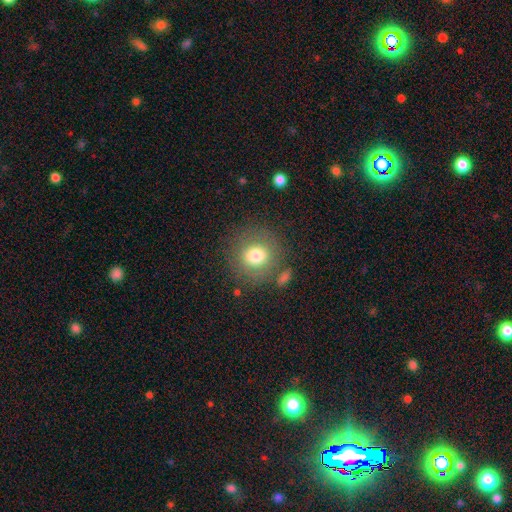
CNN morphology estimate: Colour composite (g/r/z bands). It shows a smooth galaxy with no disk features (74%) that is round (89%). Merging: none (79%).